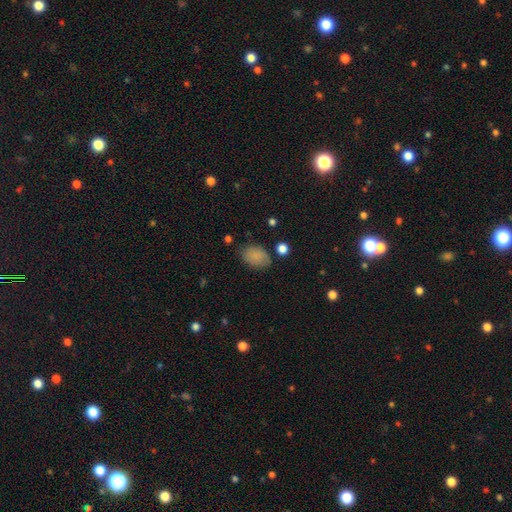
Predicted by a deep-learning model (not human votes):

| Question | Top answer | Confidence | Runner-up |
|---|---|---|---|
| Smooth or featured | smooth | 85% | star or artifact (9%) |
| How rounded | in between | 82% | round (17%) |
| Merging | none | 74% | minor disturbance (18%) |